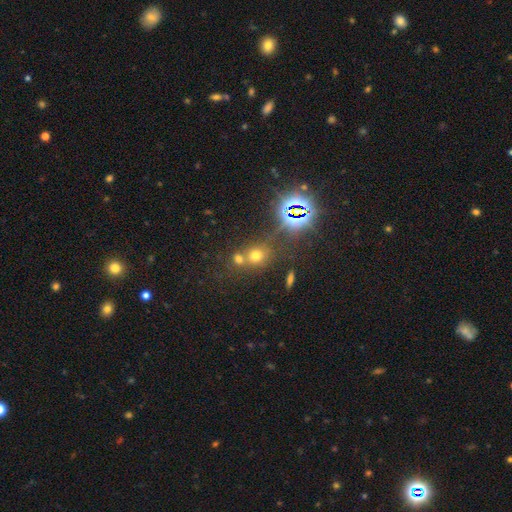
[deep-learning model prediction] Overall: smooth (58%; star or artifact 32%). How rounded: round (79%). Merging: none (50%; merger 37%).